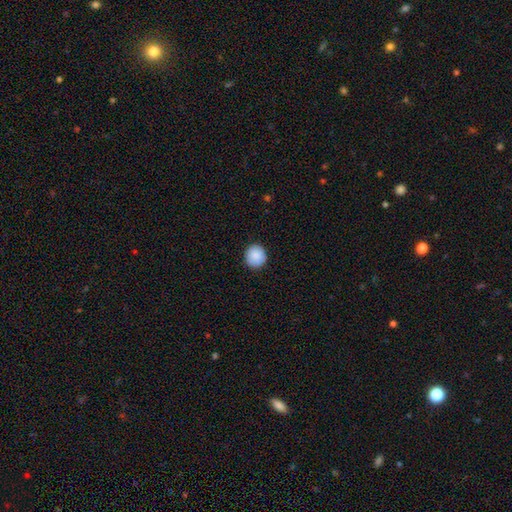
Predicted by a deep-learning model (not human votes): smooth-or-featured: smooth: 89% | star or artifact: 7% | featured or disk: 4%
  how-rounded: round: 90% | in between: 9% | cigar-shaped: 1%
  merging: none: 90% | minor disturbance: 7% | major disturbance: 2% | merger: 1%